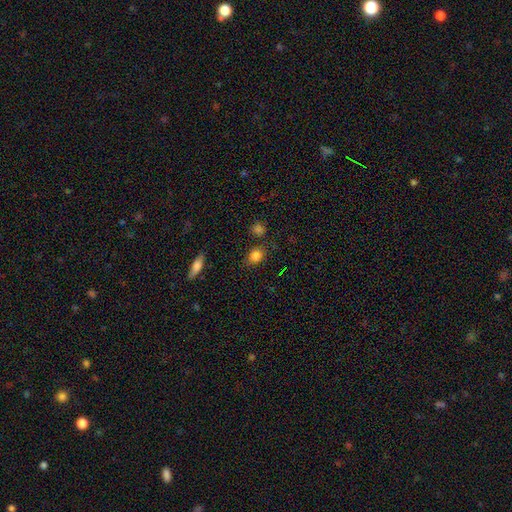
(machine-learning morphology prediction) Smooth or featured?
  - smooth: 83% *
  - star or artifact: 12%
  - featured or disk: 5%
How rounded?
  - round: 49% * (tied)
  - in between: 49% * (tied)
  - cigar-shaped: 2%
Merging?
  - none: 79% *
  - minor disturbance: 13%
  - merger: 5%
  - major disturbance: 4%